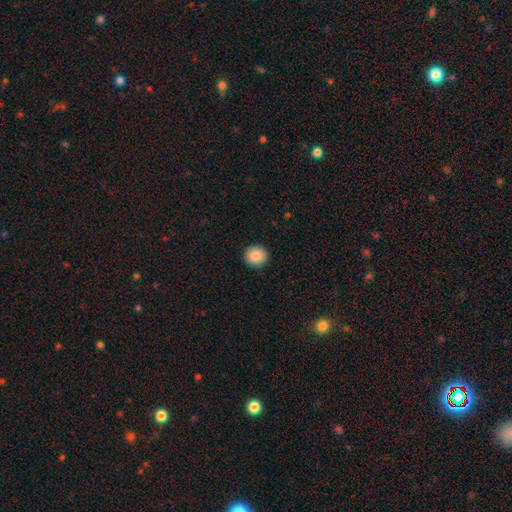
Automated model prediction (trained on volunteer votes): Smooth or featured: smooth — 88% (star or artifact — 8%)
How rounded: round — 88% (in between — 11%)
Merging: none — 92% (minor disturbance — 6%)